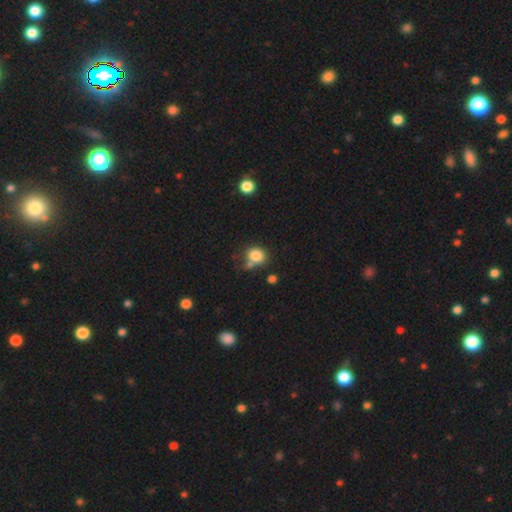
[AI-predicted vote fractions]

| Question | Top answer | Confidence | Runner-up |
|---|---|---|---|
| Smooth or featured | smooth | 82% | star or artifact (11%) |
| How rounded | round | 60% | in between (40%) |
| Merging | none | 56% | merger (21%) |